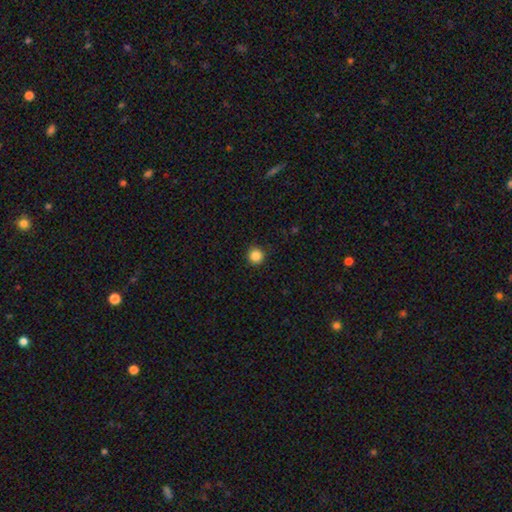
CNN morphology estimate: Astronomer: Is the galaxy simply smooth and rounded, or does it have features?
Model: smooth — 86%.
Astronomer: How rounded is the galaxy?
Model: round — 95%.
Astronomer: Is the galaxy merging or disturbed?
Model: none — 91%.